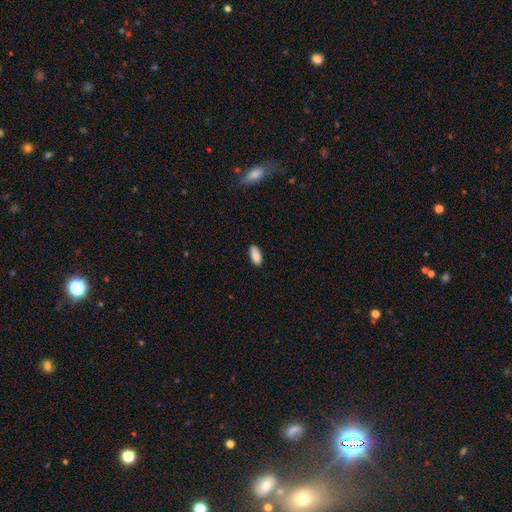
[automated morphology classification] The model was most divided on "merging": none: 87%, minor disturbance: 10%, major disturbance: 2%, merger: 1%. More confident: smooth or featured — smooth (88%); how rounded — in between (88%).